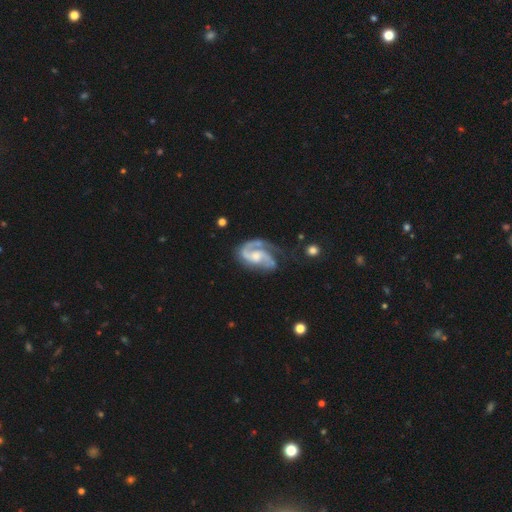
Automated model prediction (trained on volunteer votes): This appears to be a featured or disk galaxy (89%) with no bar (55%), 2 (75%) medium (52%) spiral arms (97%) and a moderate central bulge (48%). Merging: none (49%).